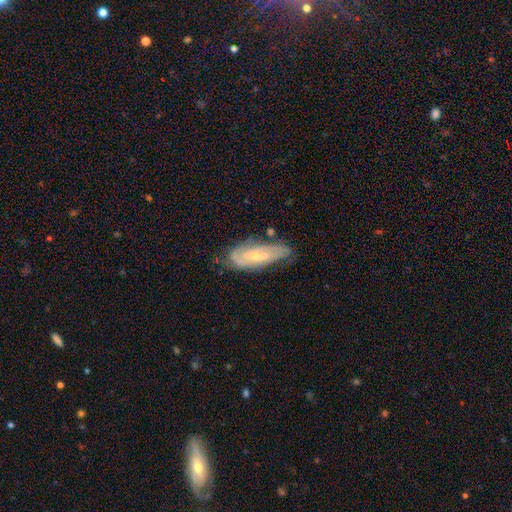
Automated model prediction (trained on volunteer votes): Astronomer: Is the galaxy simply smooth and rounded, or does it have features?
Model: featured or disk — 66%.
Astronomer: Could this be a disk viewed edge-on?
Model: no — 85%.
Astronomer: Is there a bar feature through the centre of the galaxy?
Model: no — 52% (runner-up: weak, 35%).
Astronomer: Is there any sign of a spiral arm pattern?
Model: yes — 82%.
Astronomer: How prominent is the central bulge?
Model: small — 71%.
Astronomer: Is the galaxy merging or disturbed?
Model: none — 61%.